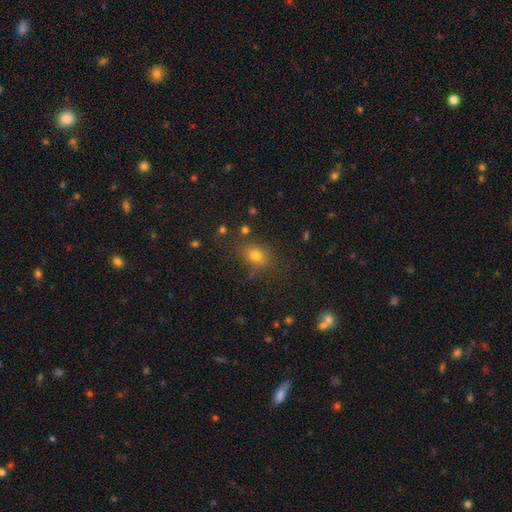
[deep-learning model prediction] Smooth or featured? smooth (74%)
How rounded? in between (51%)
Merging? none (74%)